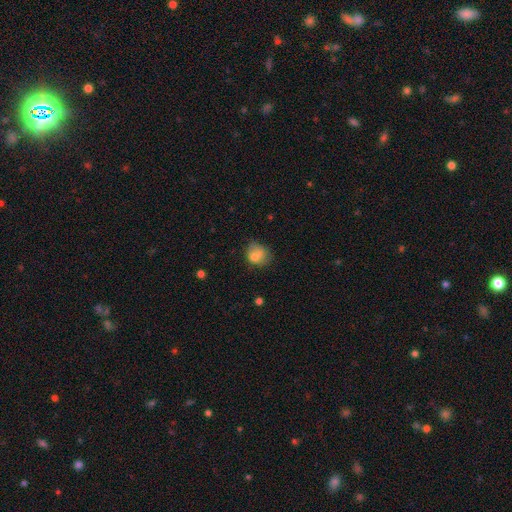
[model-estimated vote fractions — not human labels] smooth 73%, featured or disk 17%, star or artifact 10%. Down the decision tree: how rounded — round (60%); merging — none (42%).